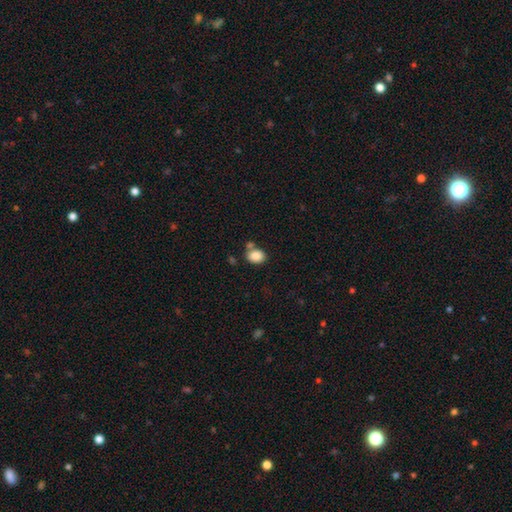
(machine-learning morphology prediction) type=smooth (86%); roundness=in between (59%); merging=none (62%).